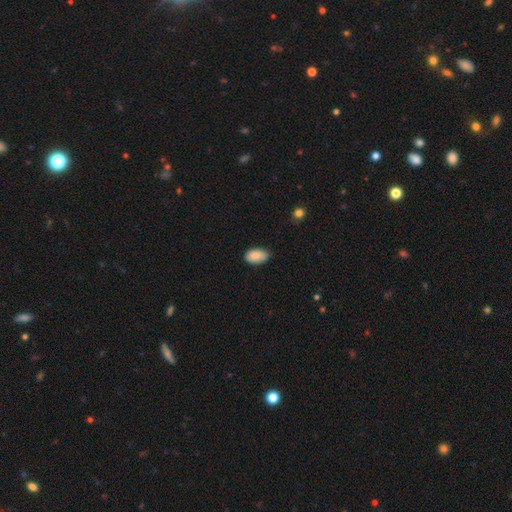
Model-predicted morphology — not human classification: This is clearly a smooth galaxy (87%). How rounded: clearly in between (93%). Merging: likely none (75%).